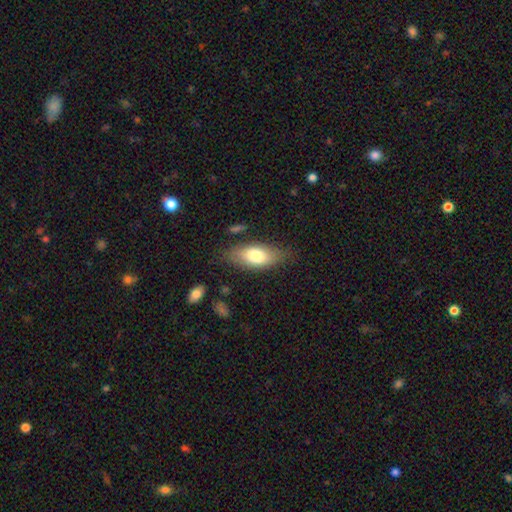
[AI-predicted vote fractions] smooth-or-featured: smooth: 75% | featured or disk: 19% | star or artifact: 6%
  how-rounded: in between: 83% | cigar-shaped: 14% | round: 3%
  merging: none: 76% | minor disturbance: 17% | major disturbance: 5% | merger: 2%